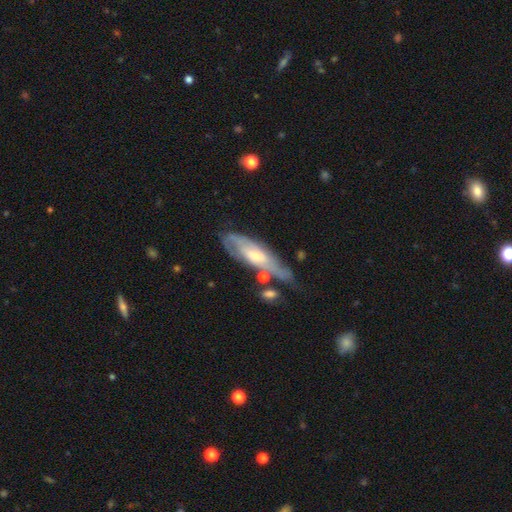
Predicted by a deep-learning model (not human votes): Q: Smooth or featured?
A: featured or disk (66%); runner-up: smooth (28%)
Q: Edge-on disk?
A: no (70%); runner-up: yes (30%)
Q: Merging?
A: none (58%); runner-up: minor disturbance (24%)